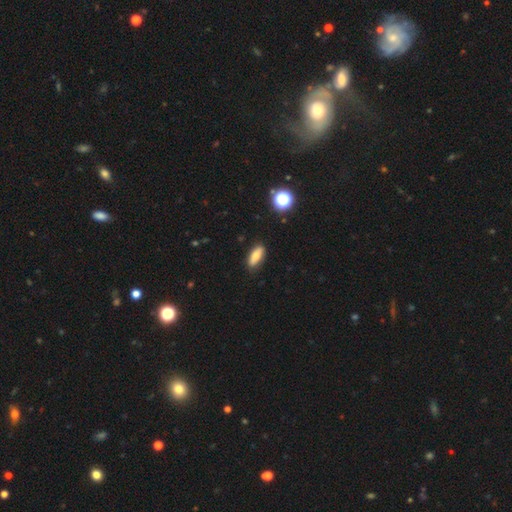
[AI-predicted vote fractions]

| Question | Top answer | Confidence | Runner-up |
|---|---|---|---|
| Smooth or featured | smooth | 77% | featured or disk (15%) |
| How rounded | in between | 70% | cigar-shaped (26%) |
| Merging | none | 87% | minor disturbance (10%) |